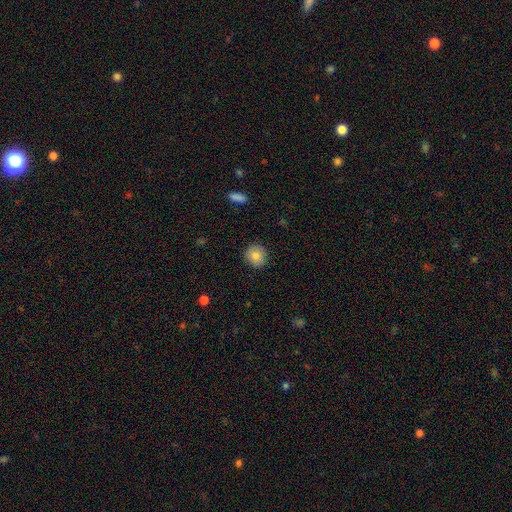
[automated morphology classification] smooth 80%, featured or disk 11%, star or artifact 9%. Down the decision tree: how rounded — round (89%); merging — none (88%).